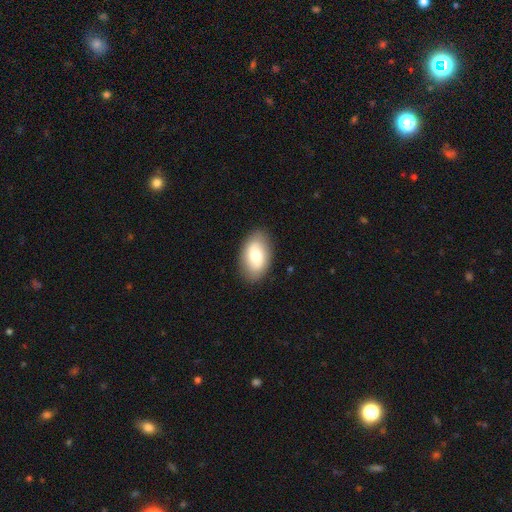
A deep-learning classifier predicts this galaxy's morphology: A smooth galaxy with no disk features (65%) that is in between round and cigar-shaped (92%). Merging: none (86%).